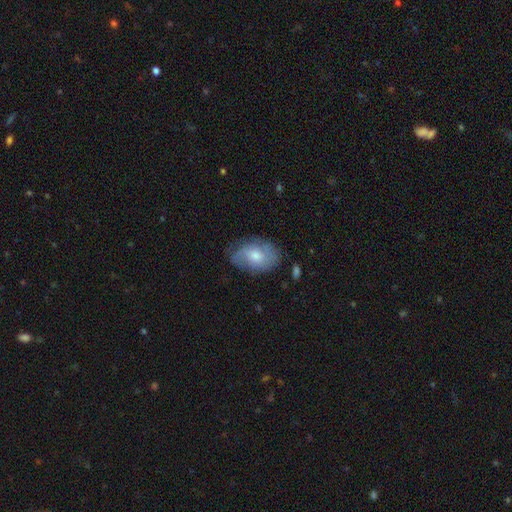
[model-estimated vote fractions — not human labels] smooth-or-featured: smooth: 53% | featured or disk: 40% | star or artifact: 7%
  how-rounded: in between: 86% | round: 12% | cigar-shaped: 1%
  merging: none: 63% | minor disturbance: 27% | major disturbance: 8% | merger: 2%